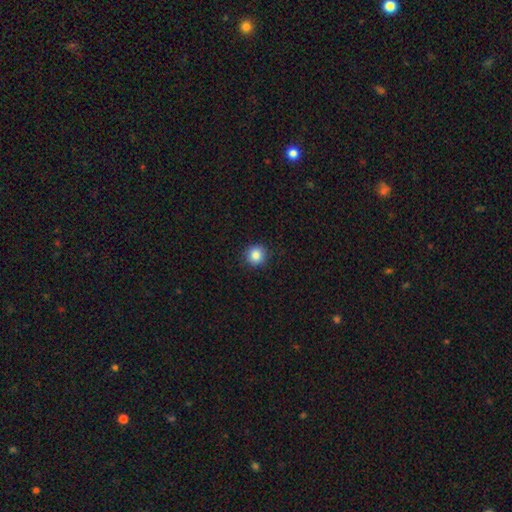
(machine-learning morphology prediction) Q: Smooth or featured?
A: smooth (86%); runner-up: star or artifact (10%)
Q: How rounded?
A: round (93%); runner-up: in between (6%)
Q: Merging?
A: none (91%); runner-up: minor disturbance (6%)